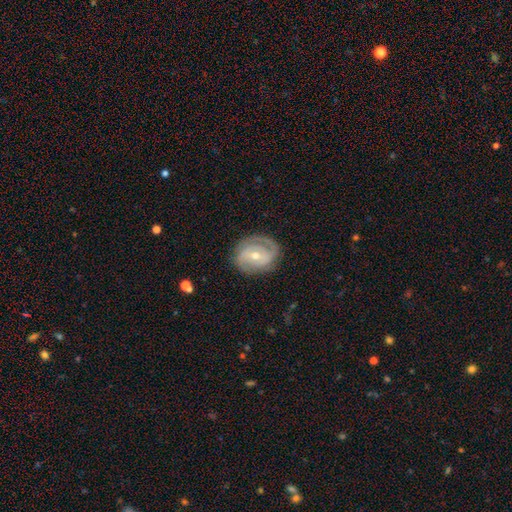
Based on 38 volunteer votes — featured or disk 92%, smooth 8%, star or artifact 0%. Down the decision tree: edge-on disk — no (97%); bar — weak (47%); spiral arms — yes (88%); spiral arm count — 2 (73%); spiral winding — tight (47%, tied with medium); bulge size — moderate (71%); merging — none (84%).